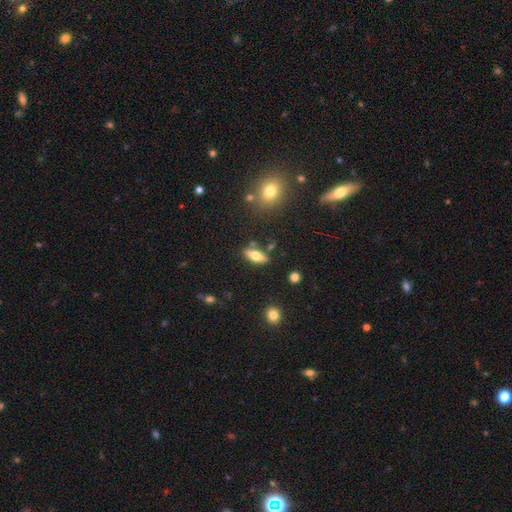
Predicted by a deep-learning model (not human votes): smooth-or-featured: smooth: 54% | featured or disk: 38% | star or artifact: 7%
  how-rounded: in between: 65% | cigar-shaped: 31% | round: 4%
  merging: none: 80% | minor disturbance: 11% | merger: 6% | major disturbance: 3%